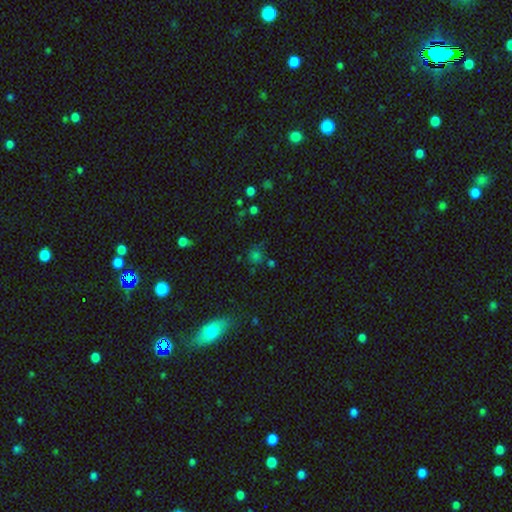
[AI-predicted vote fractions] A smooth galaxy with no disk features (59%) that is round (82%).

Vote fractions:
- Smooth or featured? smooth: 59% / star or artifact: 33% / featured or disk: 7%
- How rounded? round: 82% / in between: 16% / cigar-shaped: 2%
- Merging? none: 70% / minor disturbance: 14% / merger: 9% / major disturbance: 6%